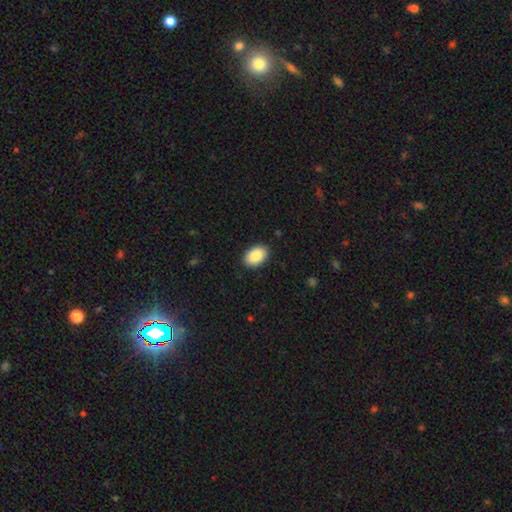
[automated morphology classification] smooth-or-featured: smooth: 89% | star or artifact: 6% | featured or disk: 5%
  how-rounded: in between: 89% | round: 10% | cigar-shaped: 1%
  merging: none: 89% | minor disturbance: 8% | major disturbance: 2% | merger: 1%